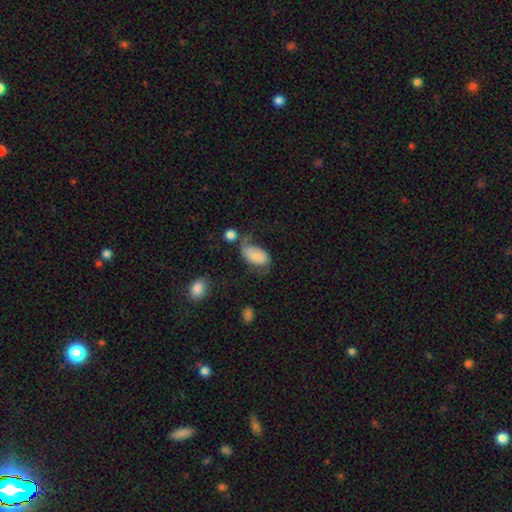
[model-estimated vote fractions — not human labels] Smooth or featured? smooth (61%)
How rounded? in between (93%)
Merging? major disturbance (35%)